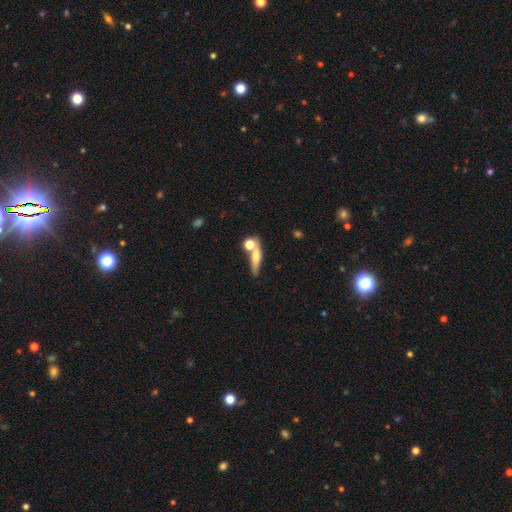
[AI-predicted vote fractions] smooth_or_featured: smooth (p=0.62) [alt: featured or disk p=0.28]
how_rounded: cigar-shaped (p=0.59) [alt: in between p=0.28]
merging: none (p=0.53) [alt: merger p=0.26]